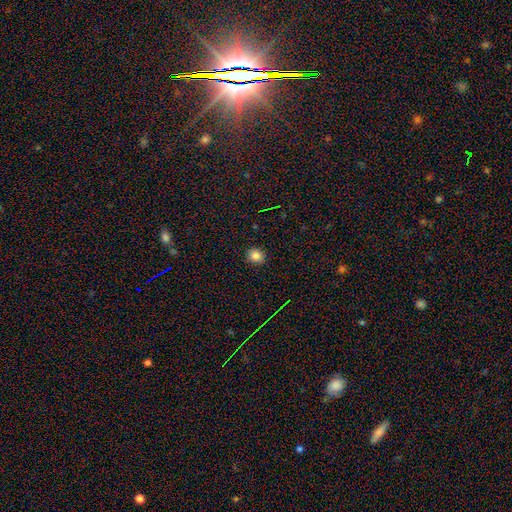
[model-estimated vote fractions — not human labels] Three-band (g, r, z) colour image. It shows a smooth galaxy with no disk features (82%) that is round (74%). Merging: none (90%).